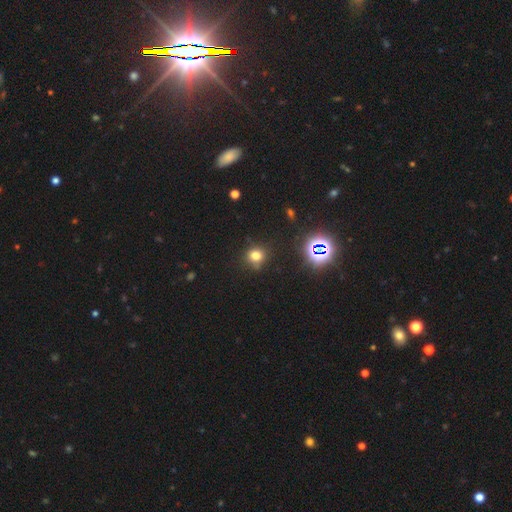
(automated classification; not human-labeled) A smooth galaxy with no disk features (71%) that is round (84%). Merging: none (79%).